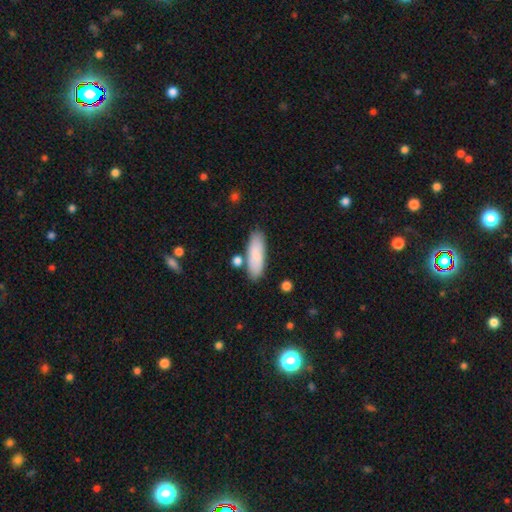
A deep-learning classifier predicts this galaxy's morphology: Smooth or featured: smooth — 84% (featured or disk — 10%)
How rounded: in between — 58% (cigar-shaped — 40%)
Merging: none — 80% (minor disturbance — 11%)